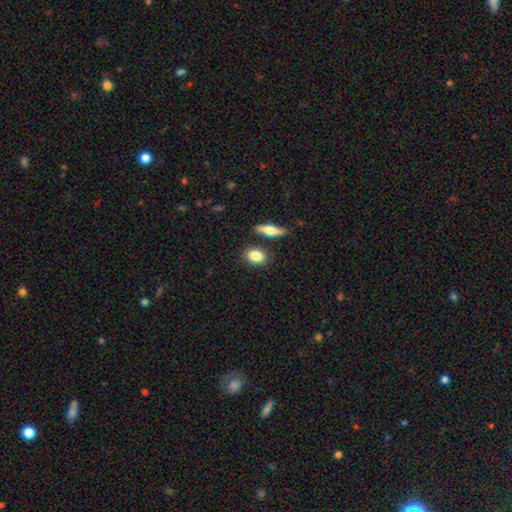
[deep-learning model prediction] This is clearly a smooth galaxy (83%). How rounded: likely in between (71%). Merging: likely none (79%).